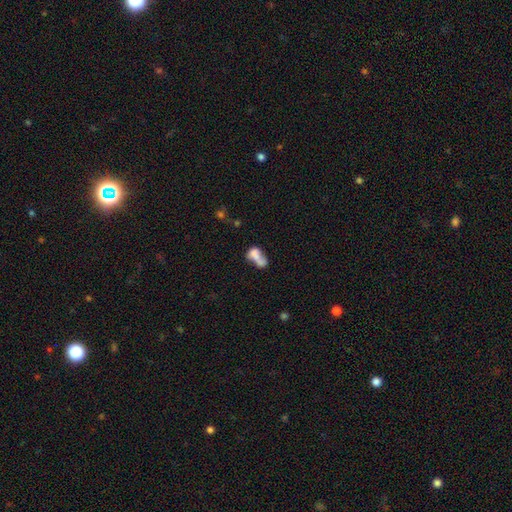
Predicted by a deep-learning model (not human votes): Q: Smooth or featured?
A: smooth (62%); runner-up: featured or disk (27%)
Q: How rounded?
A: in between (81%); runner-up: round (15%)
Q: Merging?
A: merger (57%); runner-up: none (18%)